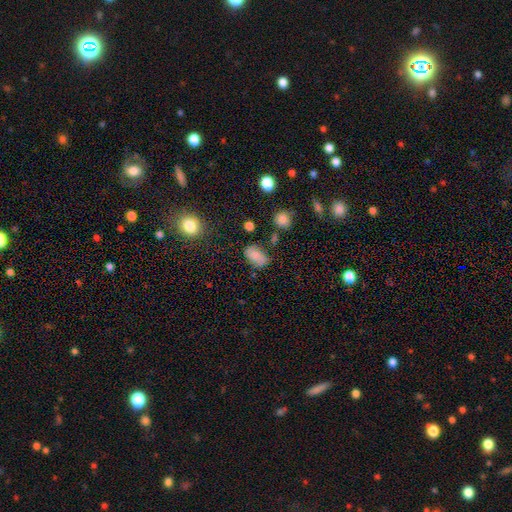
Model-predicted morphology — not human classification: type=smooth (79%); roundness=in between (90%); merging=none (70%).